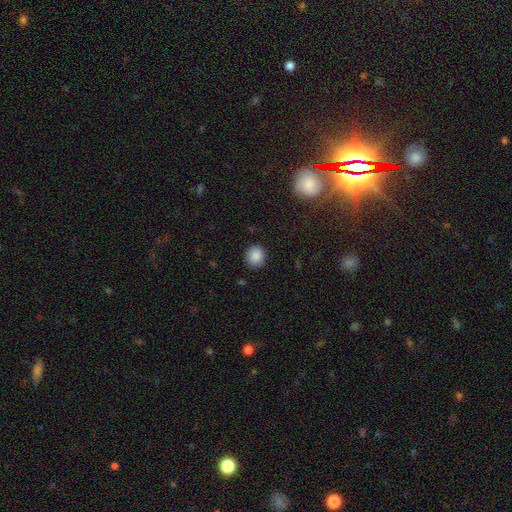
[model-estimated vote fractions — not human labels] The model was most divided on "how rounded": round: 79%, in between: 20%, cigar-shaped: 1%. More confident: merging — none (89%); smooth or featured — smooth (87%).